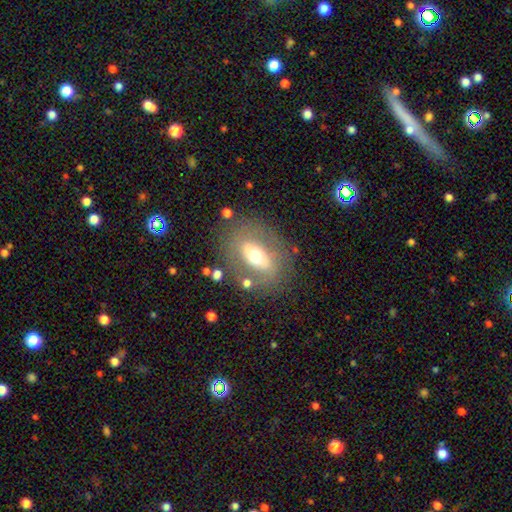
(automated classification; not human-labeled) This appears to be a featured or disk galaxy (50%). Merging: none (73%).